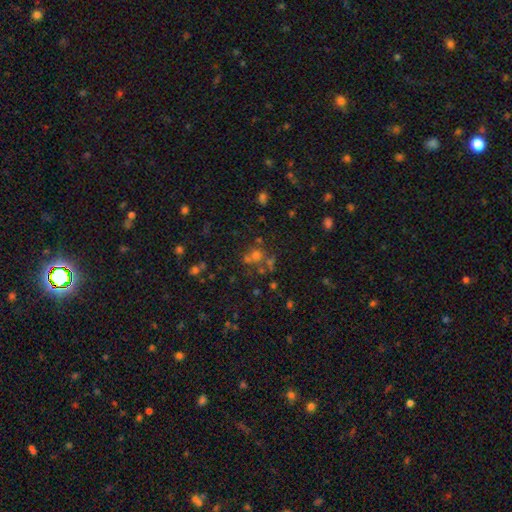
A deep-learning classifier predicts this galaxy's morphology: Smooth or featured: smooth — 47% (star or artifact — 38%)
Merging: none — 56% (merger — 27%)